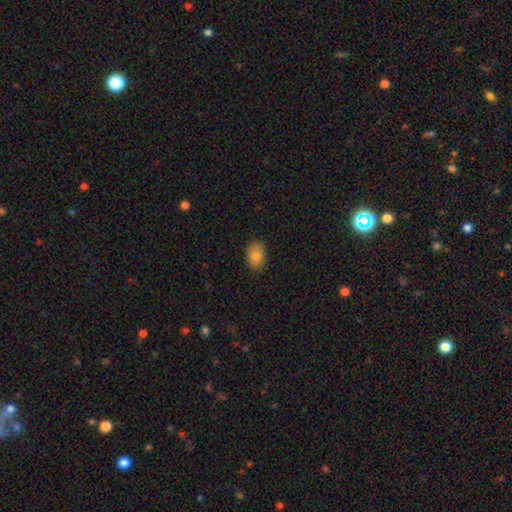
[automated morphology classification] The model was most divided on "how rounded": in between: 80%, round: 19%, cigar-shaped: 1%. More confident: merging — none (87%); smooth or featured — smooth (82%).